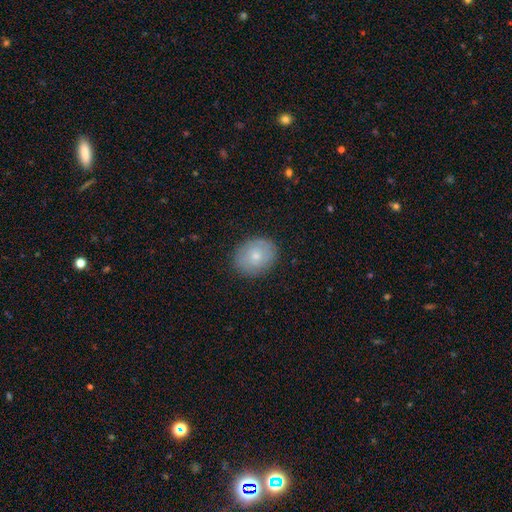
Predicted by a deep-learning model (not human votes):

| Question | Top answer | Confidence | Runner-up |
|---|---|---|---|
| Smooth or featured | smooth | 71% | featured or disk (21%) |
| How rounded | round | 51% | in between (48%) |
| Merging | none | 85% | minor disturbance (11%) |